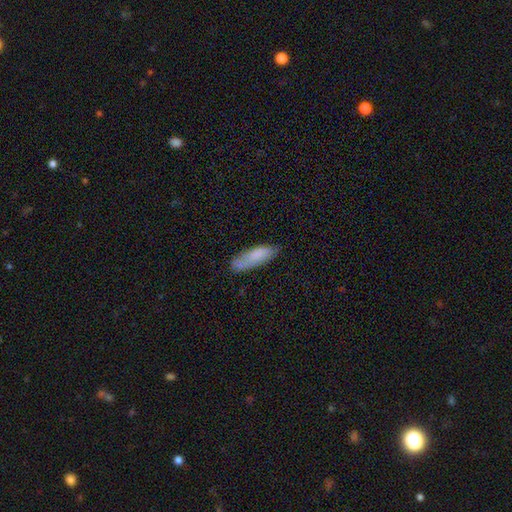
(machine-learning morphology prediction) type=smooth (77%); roundness=in between (52%); merging=none (66%).